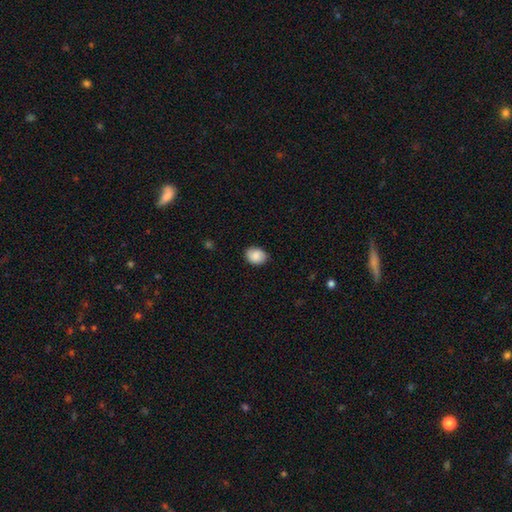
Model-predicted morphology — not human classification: smooth_or_featured: smooth (p=0.88) [alt: star or artifact p=0.07]
how_rounded: in between (p=0.57) [alt: round p=0.42]
merging: none (p=0.84) [alt: minor disturbance p=0.13]